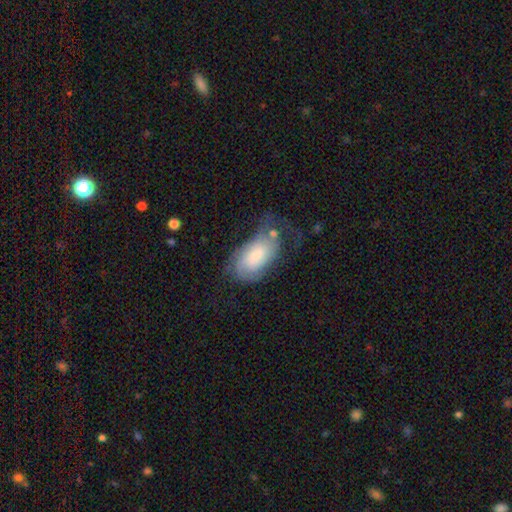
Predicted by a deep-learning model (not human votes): Smooth or featured? featured or disk (47%)
Merging? major disturbance (34%)